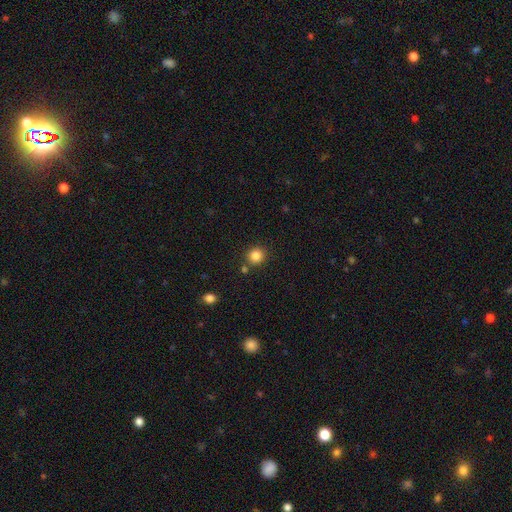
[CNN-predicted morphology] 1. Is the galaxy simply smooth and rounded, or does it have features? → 85% smooth, 11% star or artifact, 4% featured or disk.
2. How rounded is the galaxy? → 91% round, 8% in between, 1% cigar-shaped.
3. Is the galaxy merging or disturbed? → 84% none, 7% minor disturbance, 6% merger, 2% major disturbance.